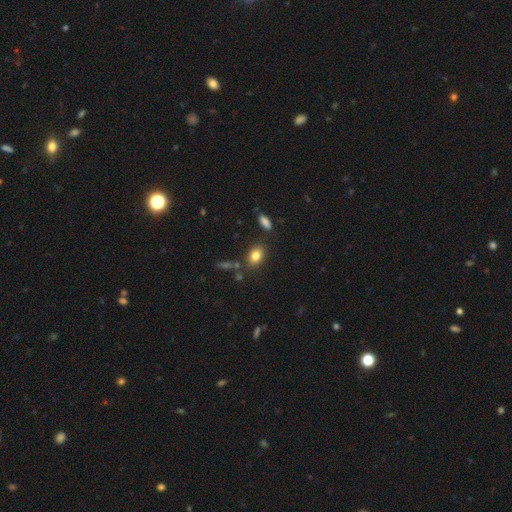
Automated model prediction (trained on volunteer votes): The model was most divided on "how rounded": in between: 77%, round: 21%, cigar-shaped: 2%. More confident: smooth or featured — smooth (82%); merging — none (80%).